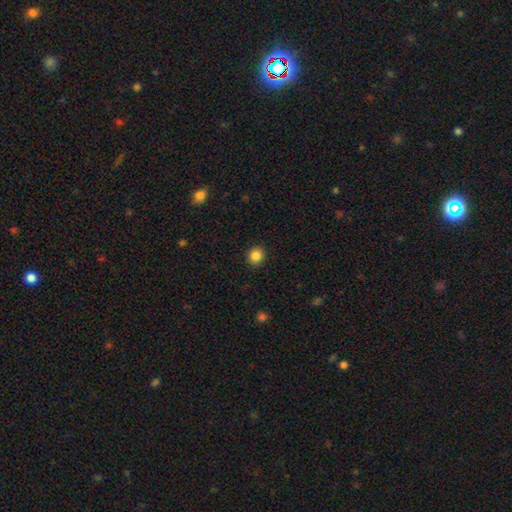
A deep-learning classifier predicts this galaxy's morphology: smooth-or-featured: smooth: 87% | star or artifact: 10% | featured or disk: 3%
  how-rounded: round: 80% | in between: 20% | cigar-shaped: 1%
  merging: none: 91% | minor disturbance: 6% | major disturbance: 2% | merger: 1%